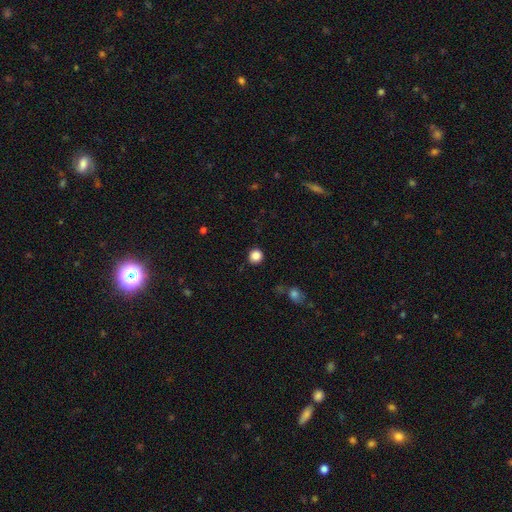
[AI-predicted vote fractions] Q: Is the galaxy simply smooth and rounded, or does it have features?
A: smooth — 87%.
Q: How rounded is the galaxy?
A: round — 93%.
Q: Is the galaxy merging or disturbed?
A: none — 91%.